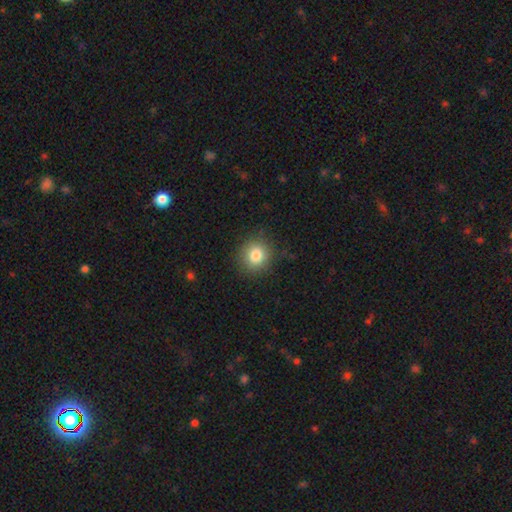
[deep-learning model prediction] smooth_or_featured: smooth (p=0.83) [alt: star or artifact p=0.11]
how_rounded: round (p=0.87) [alt: in between p=0.12]
merging: none (p=0.87) [alt: minor disturbance p=0.09]